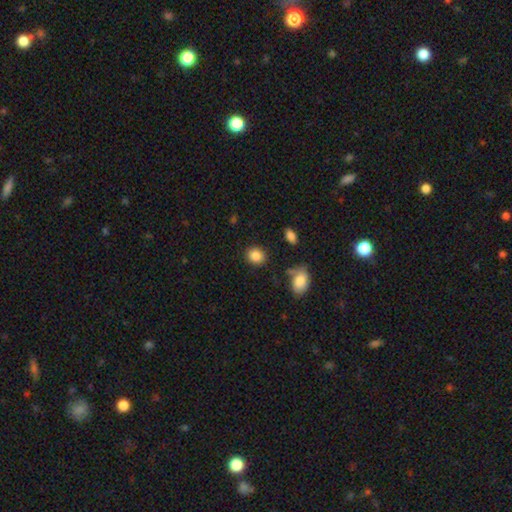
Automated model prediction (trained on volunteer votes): Smooth or featured? smooth (86%)
How rounded? round (68%)
Merging? none (84%)